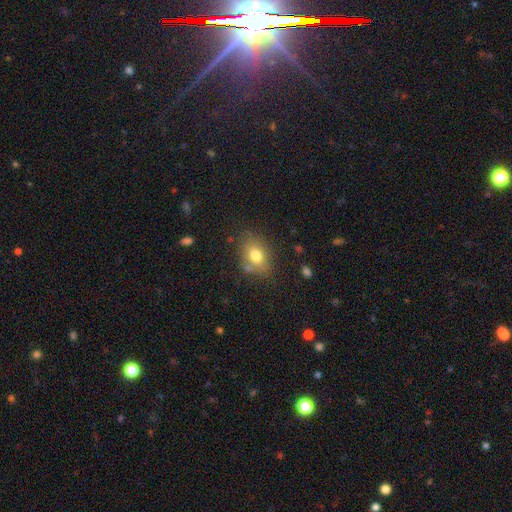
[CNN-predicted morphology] smooth_or_featured: smooth (p=0.76) [alt: featured or disk p=0.13]
how_rounded: in between (p=0.74) [alt: round p=0.25]
merging: none (p=0.73) [alt: minor disturbance p=0.17]